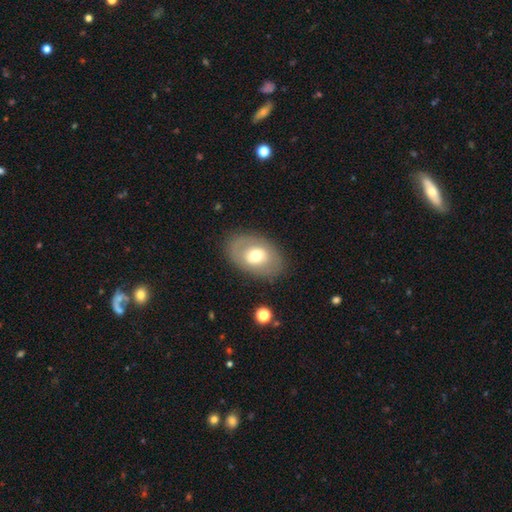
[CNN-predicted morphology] This is possibly a smooth galaxy (50%). How rounded: likely in between (79%). Merging: clearly none (82%).